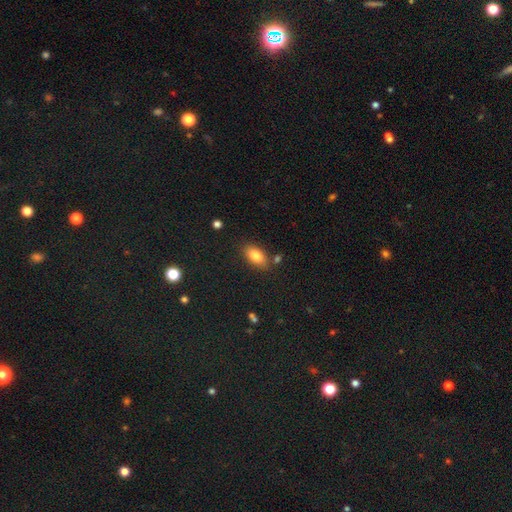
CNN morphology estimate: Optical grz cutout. It shows a smooth galaxy with no disk features (82%) that is in between round and cigar-shaped (89%). Merging: none (80%).